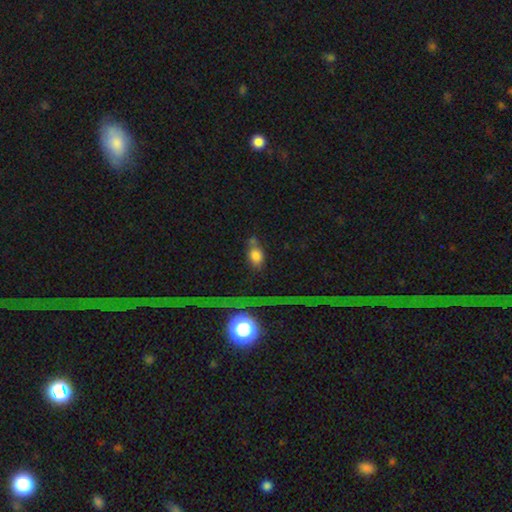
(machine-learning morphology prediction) Q: Smooth or featured?
A: smooth (71%); runner-up: featured or disk (16%)
Q: How rounded?
A: in between (70%); runner-up: round (24%)
Q: Merging?
A: none (52%); runner-up: minor disturbance (20%)